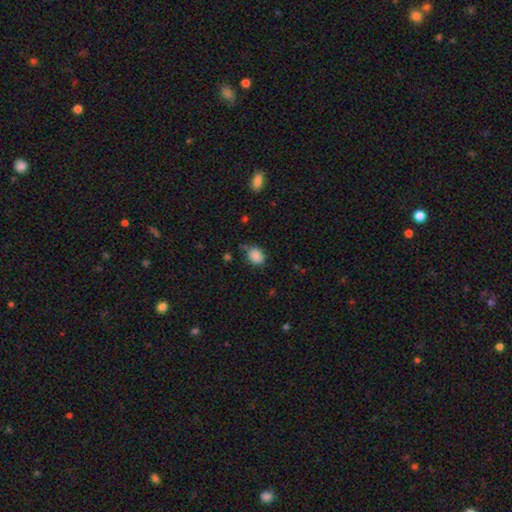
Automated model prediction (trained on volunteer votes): This appears to be a smooth galaxy with no disk features (86%) that is in between round and cigar-shaped (56%). Merging: none (65%).